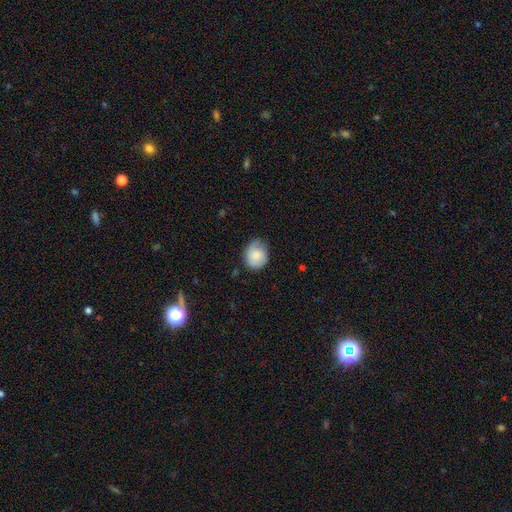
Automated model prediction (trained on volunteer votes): Smooth or featured? Predicted: smooth (p=0.79). How rounded? Predicted: round (p=0.61). Merging? Predicted: none (p=0.59).